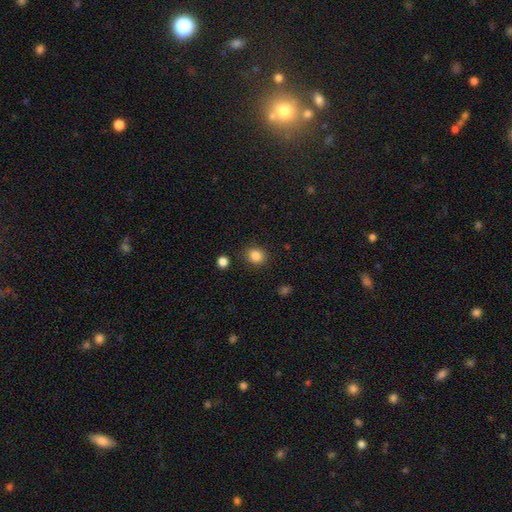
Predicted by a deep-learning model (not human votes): smooth 85%, star or artifact 11%, featured or disk 4%. Down the decision tree: how rounded — round (75%); merging — none (86%).